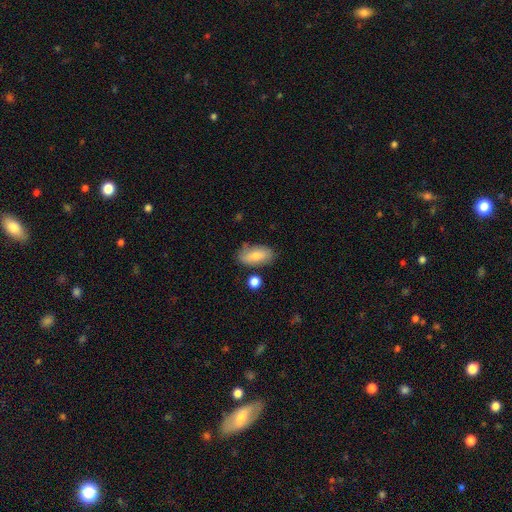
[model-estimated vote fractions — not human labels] Smooth or featured? smooth (76%)
How rounded? in between (90%)
Merging? none (69%)